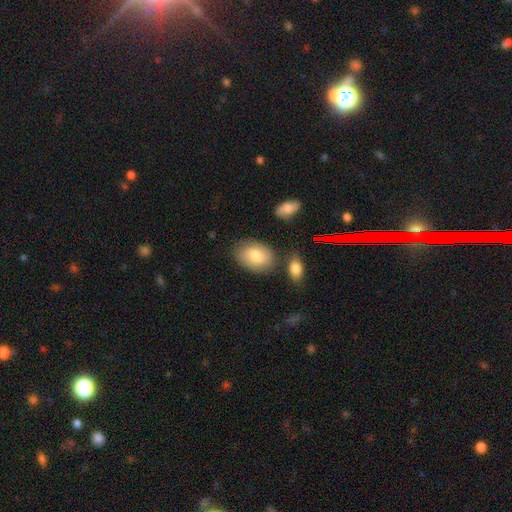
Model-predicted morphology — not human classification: smooth_or_featured: smooth (p=0.78) [alt: featured or disk p=0.16]
how_rounded: in between (p=0.85) [alt: round p=0.14]
merging: none (p=0.74) [alt: minor disturbance p=0.15]